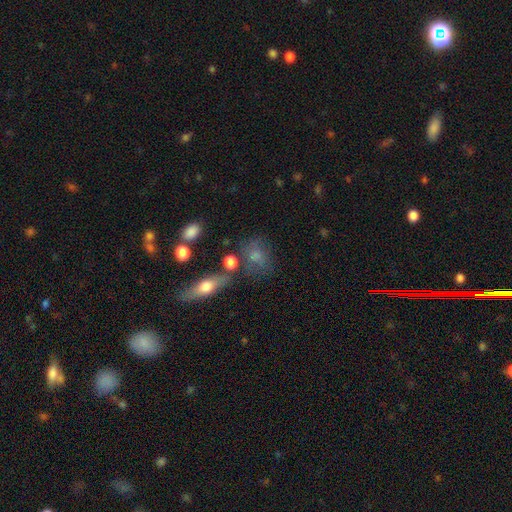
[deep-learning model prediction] smooth 69%, featured or disk 18%, star or artifact 13%. Down the decision tree: how rounded — round (50%); merging — none (57%).